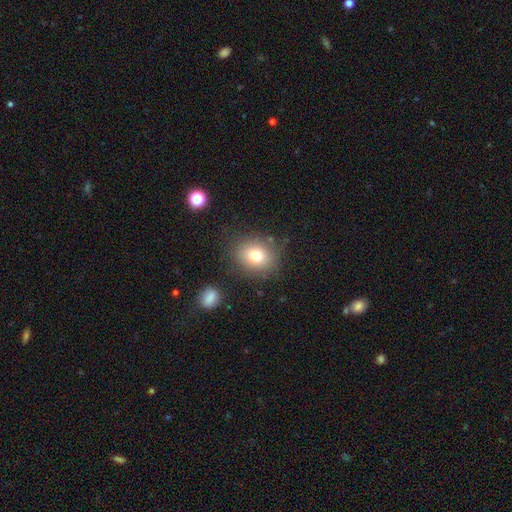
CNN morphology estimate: Smooth or featured: smooth — 77% (star or artifact — 12%)
How rounded: round — 65% (in between — 34%)
Merging: none — 81% (minor disturbance — 11%)